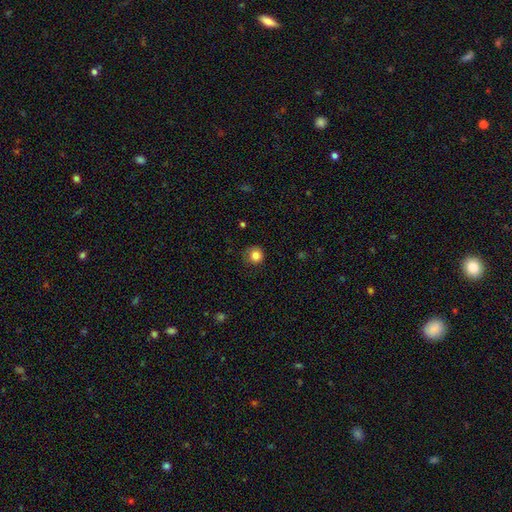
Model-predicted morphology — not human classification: This is clearly a smooth galaxy (82%). How rounded: clearly round (92%). Merging: likely none (79%).